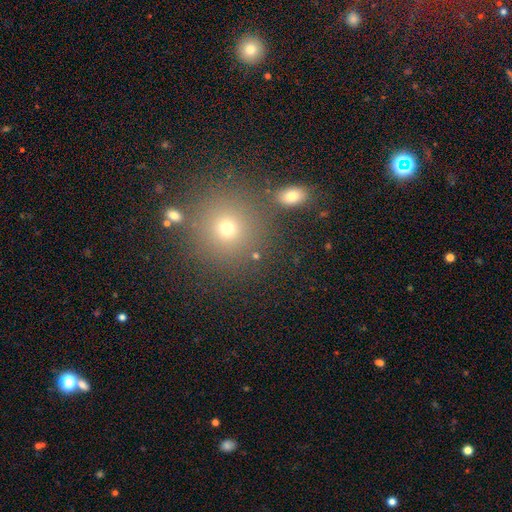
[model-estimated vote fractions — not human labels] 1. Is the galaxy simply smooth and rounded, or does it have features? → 59% smooth, 30% star or artifact, 11% featured or disk.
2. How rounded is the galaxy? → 92% round, 7% in between, 1% cigar-shaped.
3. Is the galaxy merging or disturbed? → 81% none, 8% minor disturbance, 8% merger, 3% major disturbance.